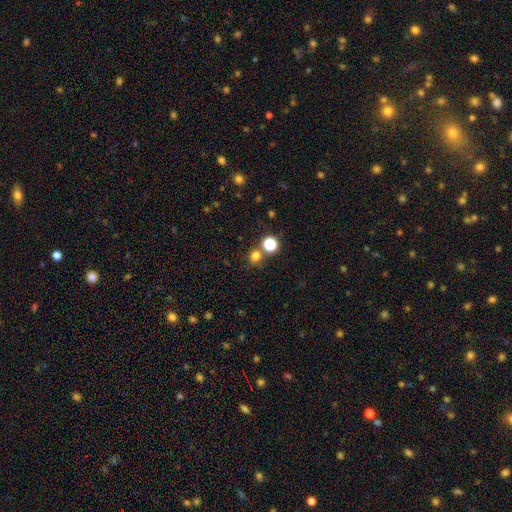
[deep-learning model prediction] This appears to be a smooth galaxy with no disk features (73%) that is round (90%). Merging: none (72%).